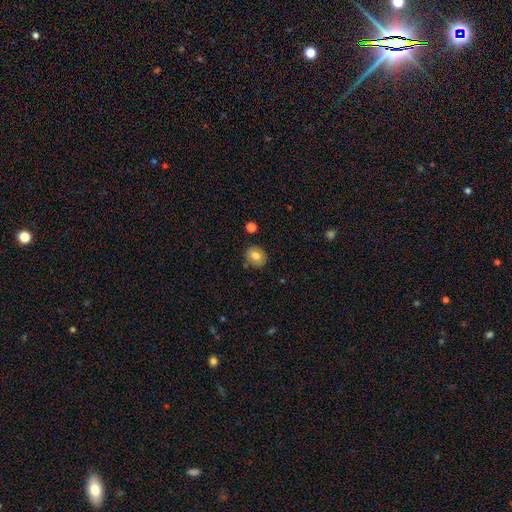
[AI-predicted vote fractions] smooth-or-featured: smooth: 78% | featured or disk: 12% | star or artifact: 10%
  how-rounded: round: 71% | in between: 28% | cigar-shaped: 1%
  merging: none: 85% | minor disturbance: 10% | merger: 3% | major disturbance: 2%